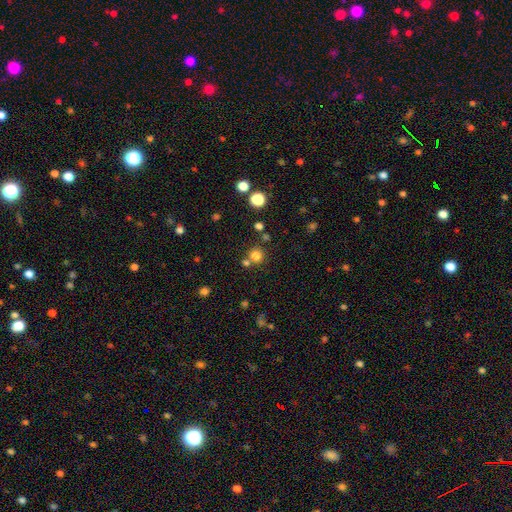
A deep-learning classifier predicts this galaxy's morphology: Smooth or featured? Predicted: smooth (p=0.78). How rounded? Predicted: round (p=0.93). Merging? Predicted: none (p=0.73).